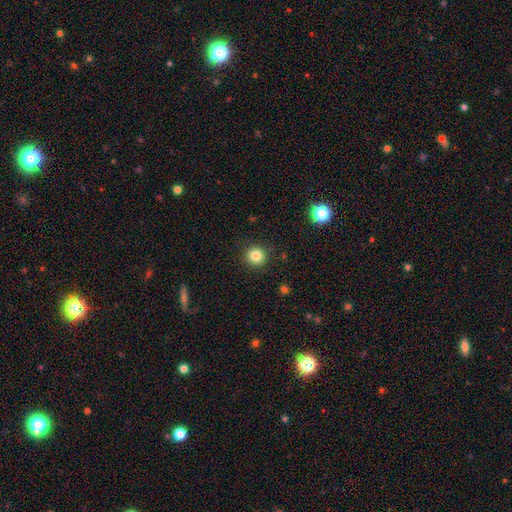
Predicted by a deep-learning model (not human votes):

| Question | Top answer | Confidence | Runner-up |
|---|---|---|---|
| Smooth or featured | smooth | 83% | star or artifact (11%) |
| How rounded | round | 95% | in between (4%) |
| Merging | none | 91% | minor disturbance (6%) |